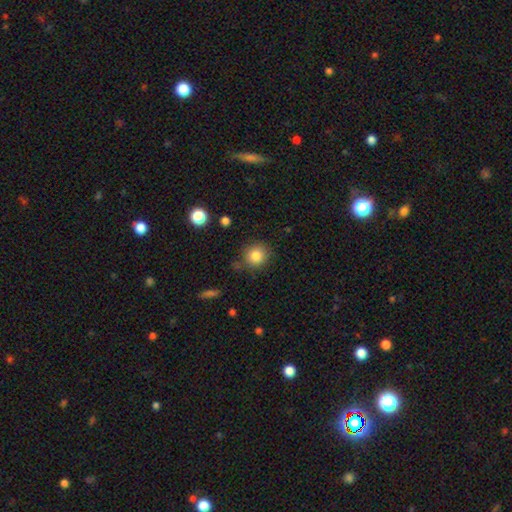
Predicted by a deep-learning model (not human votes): smooth 85%, star or artifact 10%, featured or disk 6%. Down the decision tree: how rounded — round (87%); merging — none (81%).